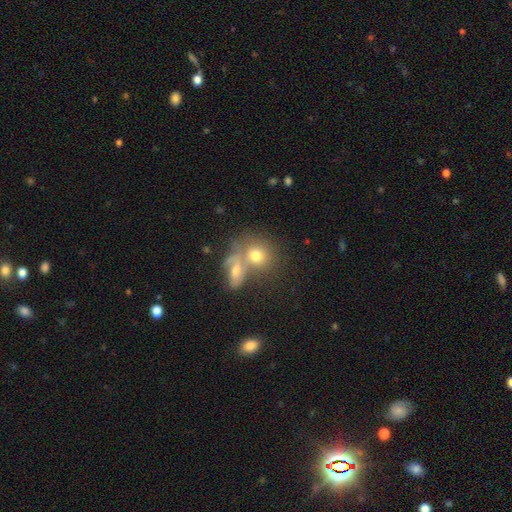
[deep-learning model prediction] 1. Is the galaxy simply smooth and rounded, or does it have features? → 69% smooth, 21% featured or disk, 10% star or artifact.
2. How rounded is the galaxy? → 65% round, 33% in between, 2% cigar-shaped.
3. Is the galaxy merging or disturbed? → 49% merger, 36% none, 10% minor disturbance, 5% major disturbance.